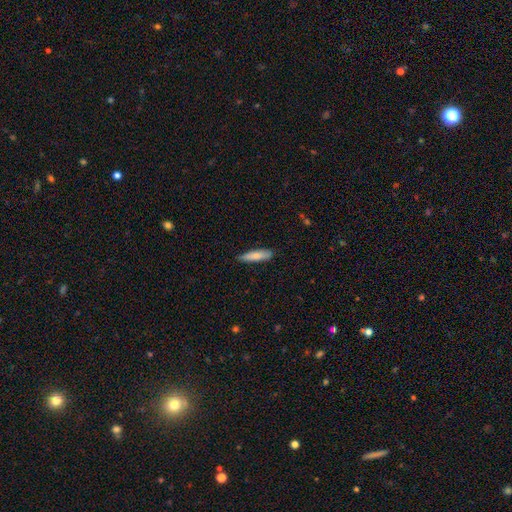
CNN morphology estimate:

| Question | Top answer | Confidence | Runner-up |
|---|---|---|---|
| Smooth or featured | smooth | 79% | featured or disk (16%) |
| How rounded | cigar-shaped | 78% | in between (20%) |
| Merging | none | 84% | minor disturbance (13%) |